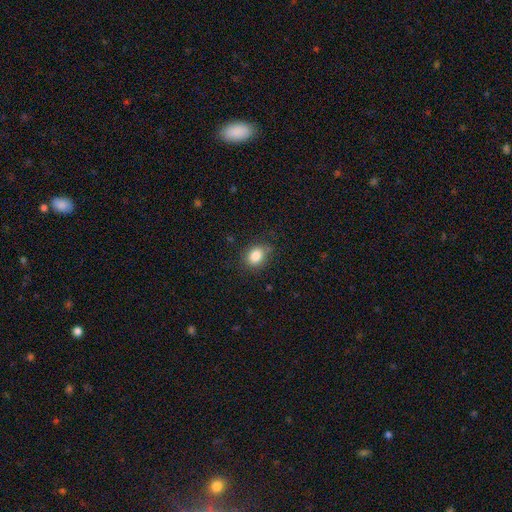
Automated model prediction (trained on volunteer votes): The model was most divided on "how rounded": in between: 52%, round: 47%, cigar-shaped: 1%. More confident: smooth or featured — smooth (85%); merging — none (75%).